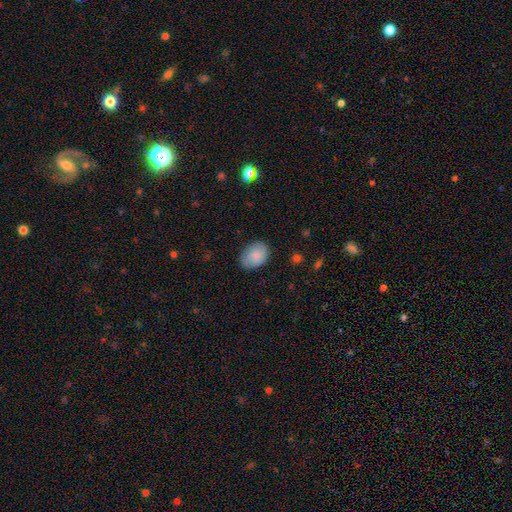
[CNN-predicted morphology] Q: Smooth or featured?
A: smooth (86%); runner-up: featured or disk (8%)
Q: How rounded?
A: in between (71%); runner-up: round (28%)
Q: Merging?
A: none (80%); runner-up: minor disturbance (16%)